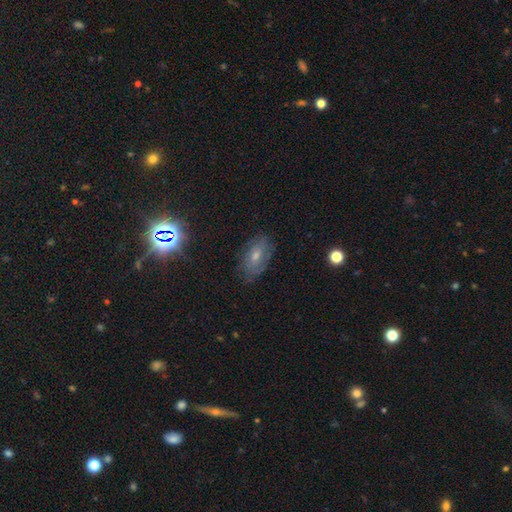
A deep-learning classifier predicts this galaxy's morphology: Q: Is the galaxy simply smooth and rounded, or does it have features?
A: featured or disk — 44%.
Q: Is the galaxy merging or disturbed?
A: none — 76%.